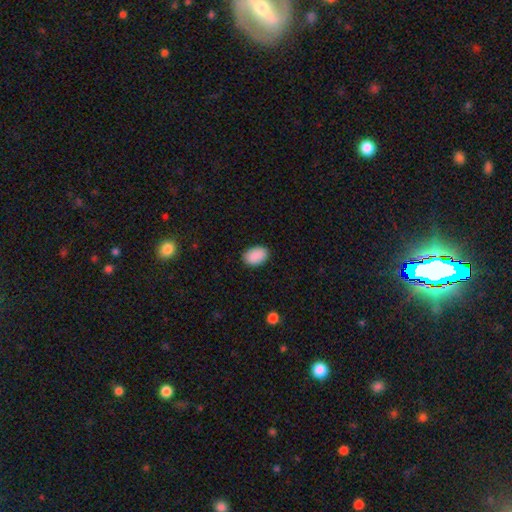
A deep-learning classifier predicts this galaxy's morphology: The model was most divided on "merging": none: 88%, minor disturbance: 9%, major disturbance: 2%, merger: 1%. More confident: smooth or featured — smooth (91%); how rounded — in between (89%).